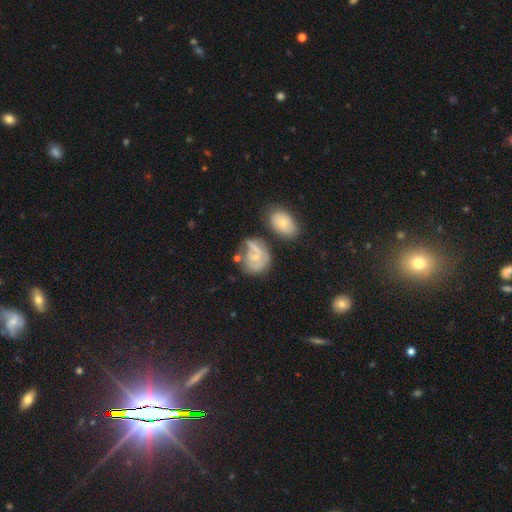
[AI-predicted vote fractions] A featured or disk galaxy (57%) with no bar (70%), spiral arms (62%) and a small central bulge (64%).

Vote fractions:
- Smooth or featured? featured or disk: 57% / smooth: 35% / star or artifact: 9%
- Edge-on disk? no: 97% / yes: 3%
- Bar? no: 70% / weak: 25% / strong: 5%
- Spiral arms? yes: 62% / no: 38%
- Bulge size? small: 64% / moderate: 28% / none: 6% / large: 2% / dominant: 1%
- Merging? none: 40% / minor disturbance: 23% / major disturbance: 19% / merger: 18%